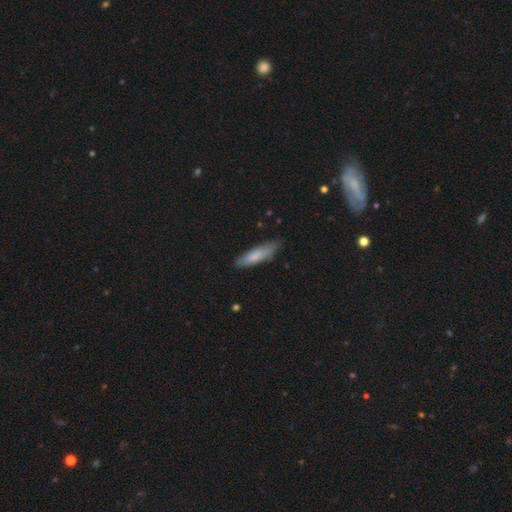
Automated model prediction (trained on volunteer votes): Smooth or featured? Predicted: smooth (p=0.72). How rounded? Predicted: cigar-shaped (p=0.72). Merging? Predicted: none (p=0.77).